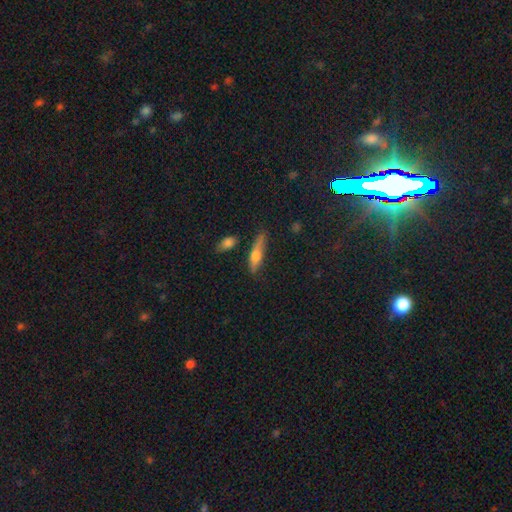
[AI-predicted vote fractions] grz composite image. It shows a smooth galaxy with no disk features (56%) that is cigar-shaped (69%). Merging: none (71%).